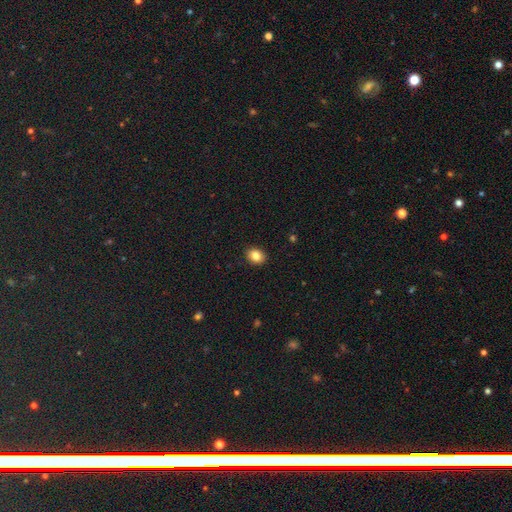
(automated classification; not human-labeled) Smooth or featured? Predicted: smooth (p=0.85). How rounded? Predicted: in between (p=0.55). Merging? Predicted: none (p=0.91).